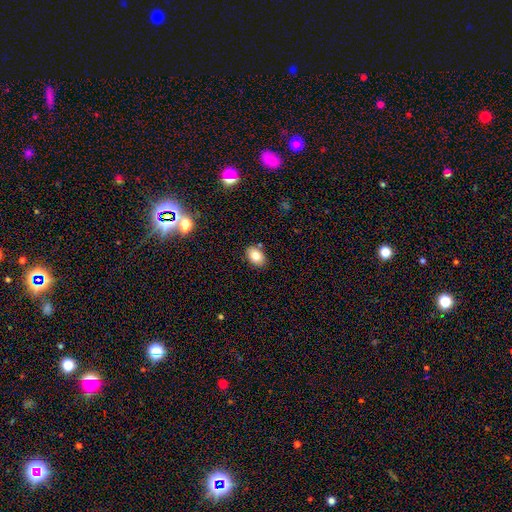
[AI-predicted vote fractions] Morphology: type=smooth (80%); roundness=in between (81%); merging=none (85%).